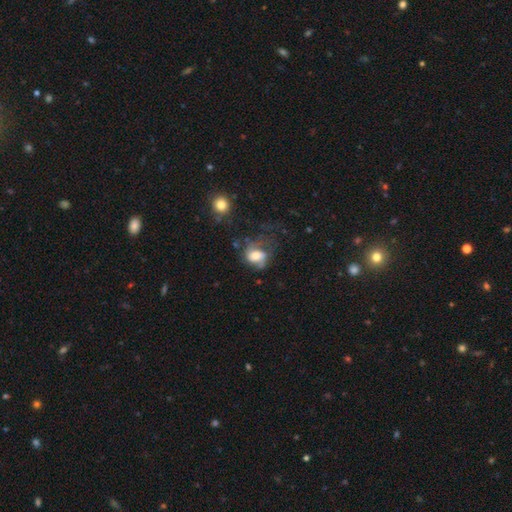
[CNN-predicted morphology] smooth-or-featured: featured or disk: 48% | smooth: 43% | star or artifact: 9%
  merging: major disturbance: 36% | none: 35% | minor disturbance: 24% | merger: 5%